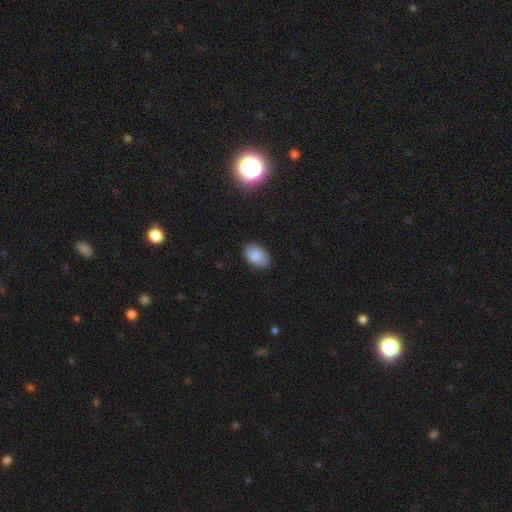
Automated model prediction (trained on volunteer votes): The model was most divided on "merging": none: 82%, minor disturbance: 14%, major disturbance: 3%, merger: 1%. More confident: how rounded — in between (86%); smooth or featured — smooth (86%).